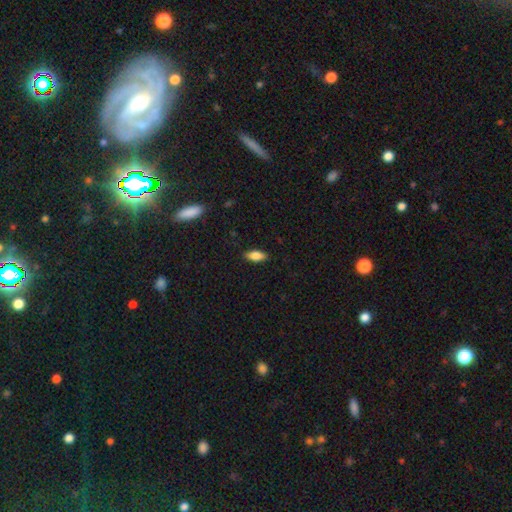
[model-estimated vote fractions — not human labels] The model was most divided on "how rounded": in between: 83%, cigar-shaped: 15%, round: 3%. More confident: merging — none (87%); smooth or featured — smooth (83%).